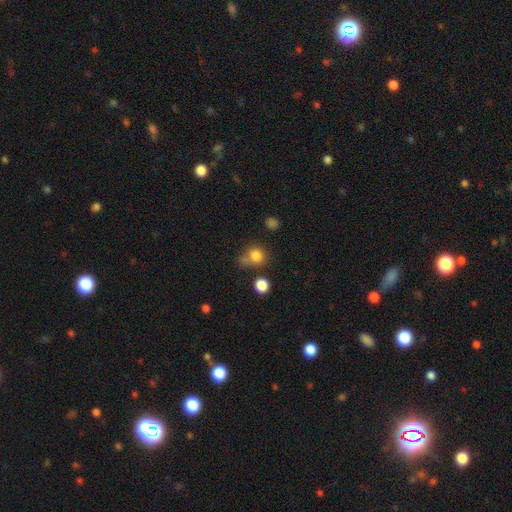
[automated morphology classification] smooth-or-featured: smooth: 81% | star or artifact: 13% | featured or disk: 7%
  how-rounded: round: 83% | in between: 16% | cigar-shaped: 1%
  merging: none: 57% | merger: 21% | minor disturbance: 16% | major disturbance: 7%